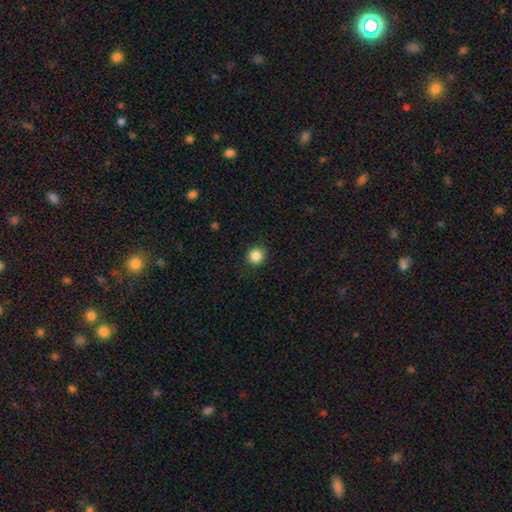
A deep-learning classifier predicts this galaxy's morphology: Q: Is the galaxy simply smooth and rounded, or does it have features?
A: smooth — 87%.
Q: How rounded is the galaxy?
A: round — 92%.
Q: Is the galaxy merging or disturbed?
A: none — 90%.